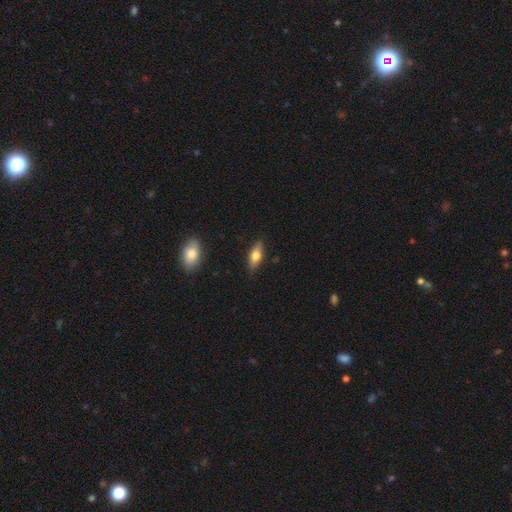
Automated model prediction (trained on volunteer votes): Overall: smooth (58%; featured or disk 36%). How rounded: in between (69%). Merging: none (85%).